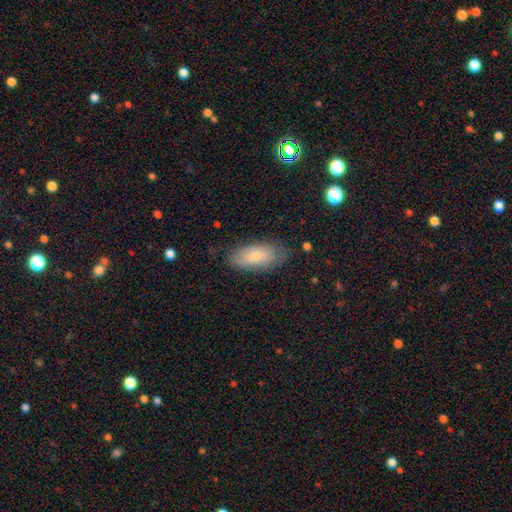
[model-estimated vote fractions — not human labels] This appears to be a smooth galaxy with no disk features (76%) that is in between round and cigar-shaped (89%). Merging: none (77%).